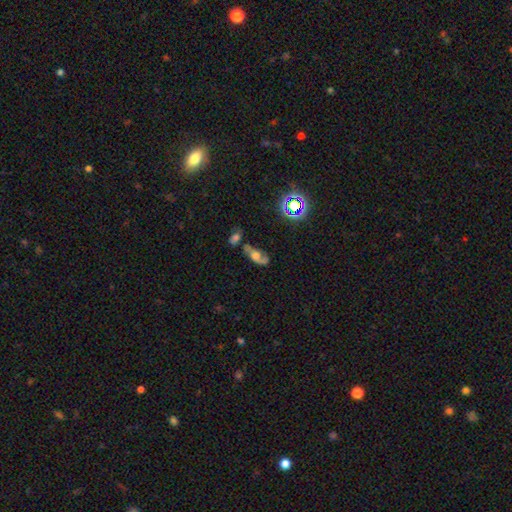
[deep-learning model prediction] This appears to be a featured or disk galaxy (54%). Merging: none (44%).